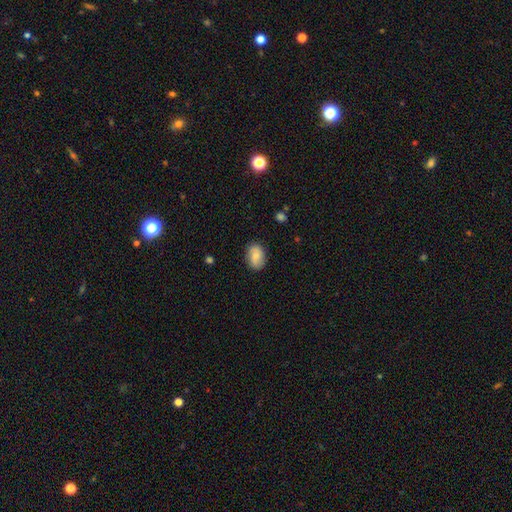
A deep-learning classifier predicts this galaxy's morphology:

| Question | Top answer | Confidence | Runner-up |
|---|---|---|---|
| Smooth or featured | smooth | 71% | featured or disk (22%) |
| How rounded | in between | 79% | round (20%) |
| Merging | none | 82% | minor disturbance (13%) |